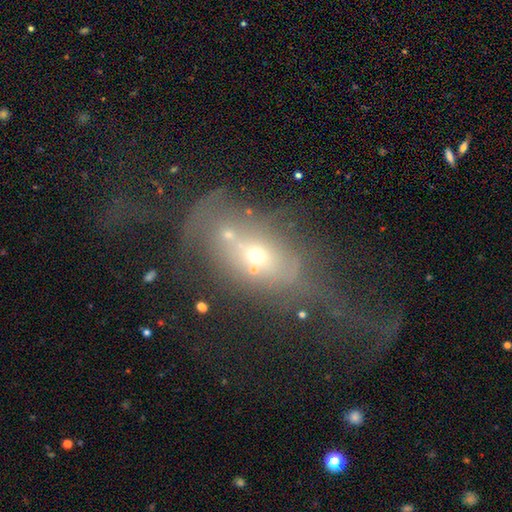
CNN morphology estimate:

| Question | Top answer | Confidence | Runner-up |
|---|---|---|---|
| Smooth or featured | featured or disk | 44% | smooth (36%) |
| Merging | major disturbance | 38% | merger (34%) |